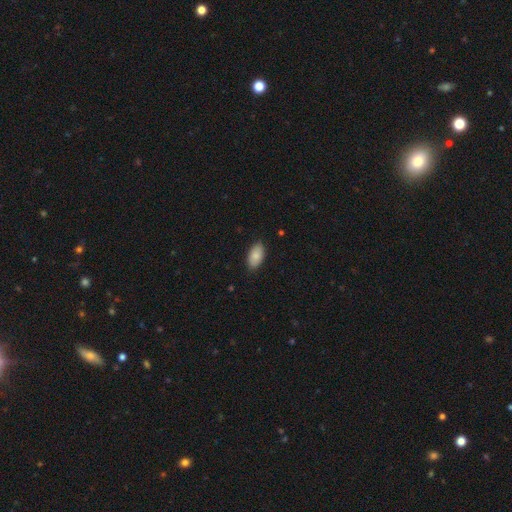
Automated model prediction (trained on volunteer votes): Overall: smooth (86%). How rounded: in between (95%). Merging: none (85%).